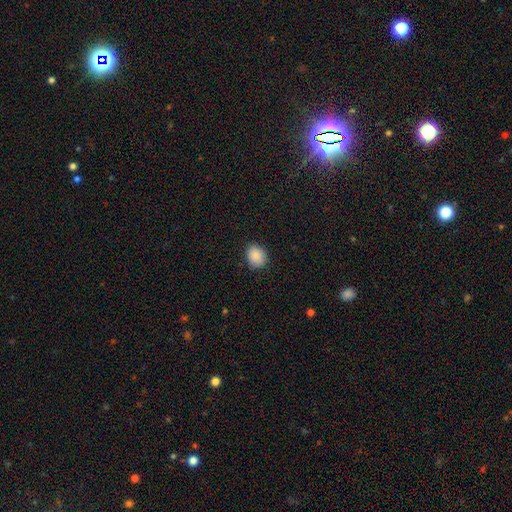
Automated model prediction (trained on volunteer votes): A smooth galaxy with no disk features (89%) that is round (59%).

Vote fractions:
- Smooth or featured? smooth: 89% / star or artifact: 8% / featured or disk: 3%
- How rounded? round: 59% / in between: 40% / cigar-shaped: 1%
- Merging? none: 85% / minor disturbance: 11% / major disturbance: 3% / merger: 1%